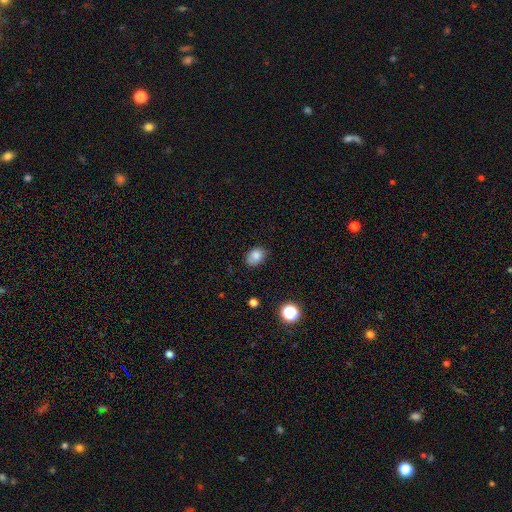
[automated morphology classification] smooth-or-featured: smooth: 83% | star or artifact: 10% | featured or disk: 7%
  how-rounded: in between: 70% | round: 29% | cigar-shaped: 1%
  merging: none: 78% | minor disturbance: 17% | major disturbance: 3% | merger: 1%